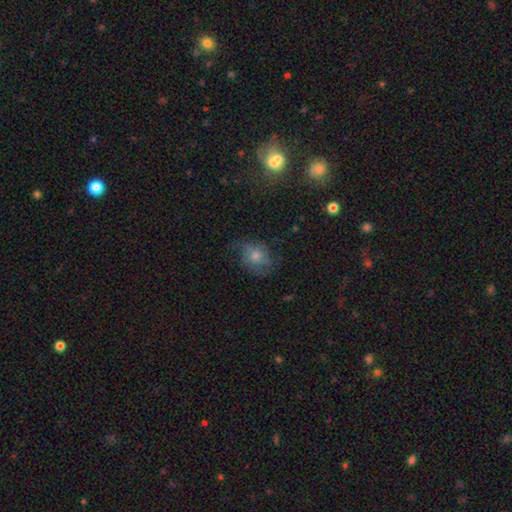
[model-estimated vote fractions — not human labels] Overall: smooth (47%; featured or disk 36%). Merging: none (57%; minor disturbance 24%).